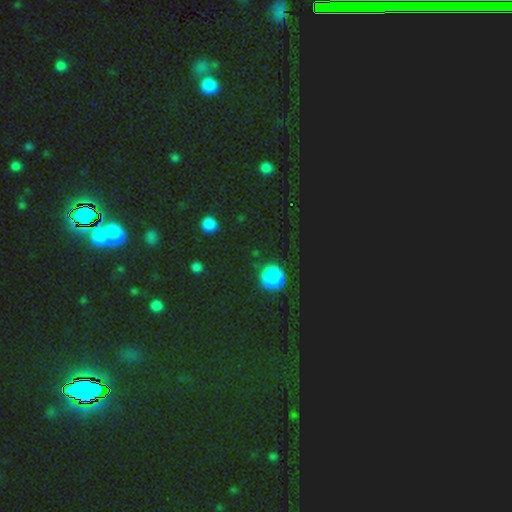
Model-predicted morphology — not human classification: Smooth or featured? Predicted: smooth (p=0.57). How rounded? Predicted: round (p=0.86). Merging? Predicted: none (p=0.89).